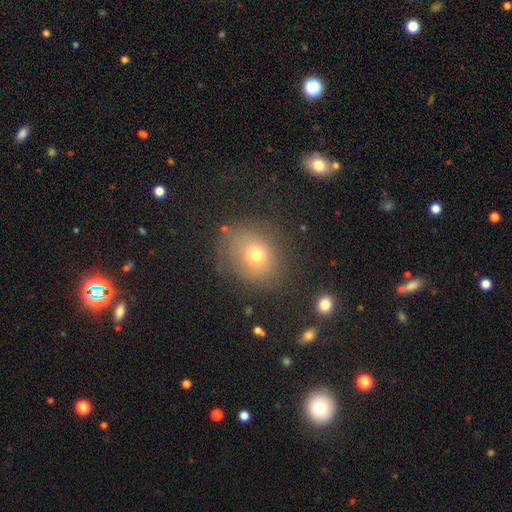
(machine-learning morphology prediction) The model was most divided on "how rounded": round: 63%, in between: 36%, cigar-shaped: 1%. More confident: merging — none (74%); smooth or featured — smooth (68%).